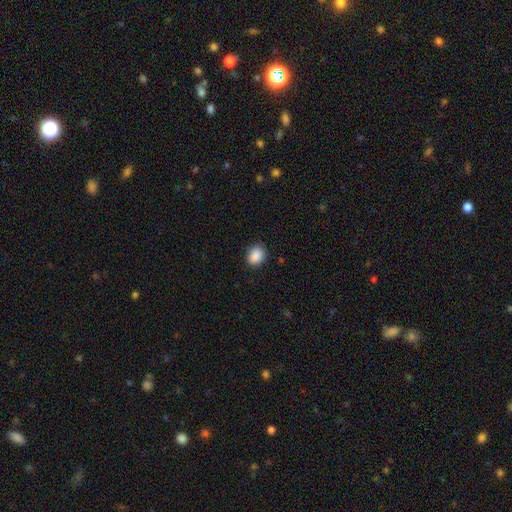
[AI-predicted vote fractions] Overall: smooth (89%). How rounded: round (53%; in between 46%). Merging: none (85%).